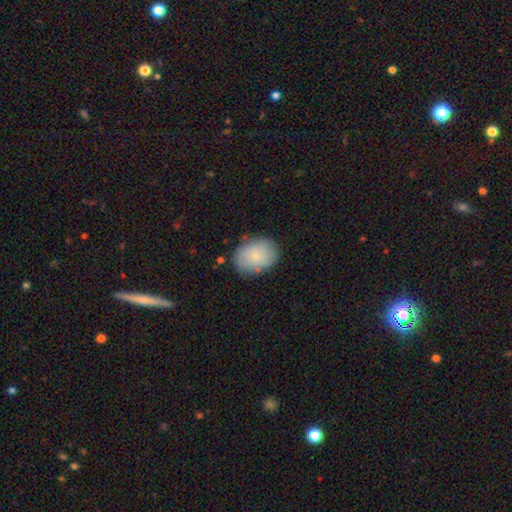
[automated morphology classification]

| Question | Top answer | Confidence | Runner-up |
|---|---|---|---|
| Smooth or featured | smooth | 73% | featured or disk (20%) |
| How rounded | in between | 70% | round (29%) |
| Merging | none | 77% | minor disturbance (17%) |